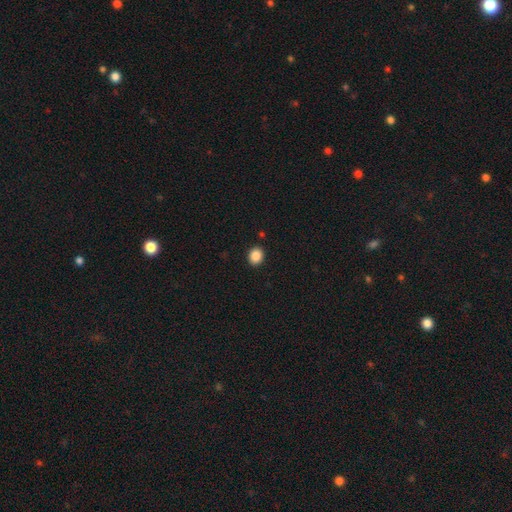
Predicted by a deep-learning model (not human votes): Q: Smooth or featured?
A: smooth (87%); runner-up: star or artifact (9%)
Q: How rounded?
A: round (60%); runner-up: in between (39%)
Q: Merging?
A: none (91%); runner-up: minor disturbance (6%)